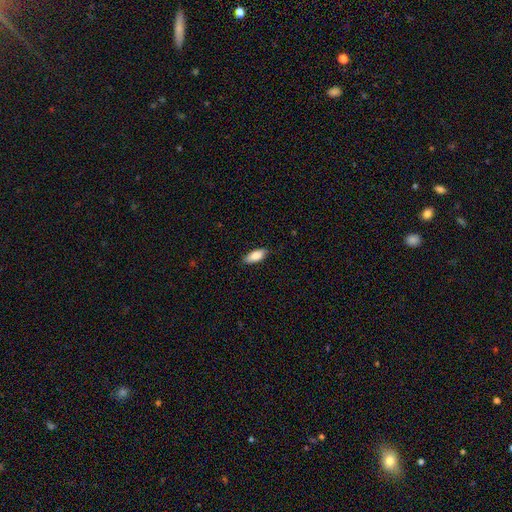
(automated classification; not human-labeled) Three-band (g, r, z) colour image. It shows a smooth galaxy with no disk features (84%) that is in between round and cigar-shaped (82%). Merging: none (83%).